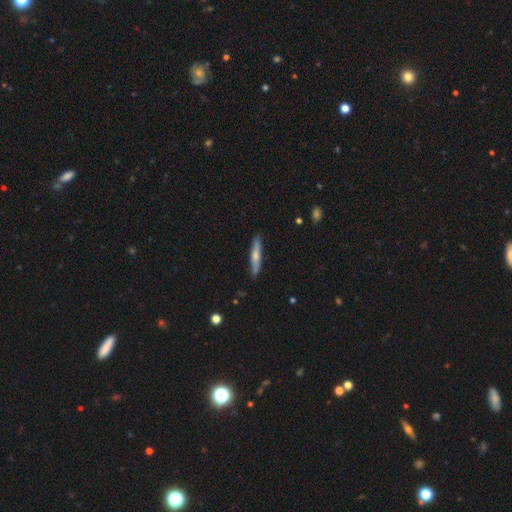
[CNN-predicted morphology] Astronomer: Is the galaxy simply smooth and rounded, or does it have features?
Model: smooth — 62%.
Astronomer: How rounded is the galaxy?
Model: cigar-shaped — 91%.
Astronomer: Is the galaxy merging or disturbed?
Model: none — 87%.